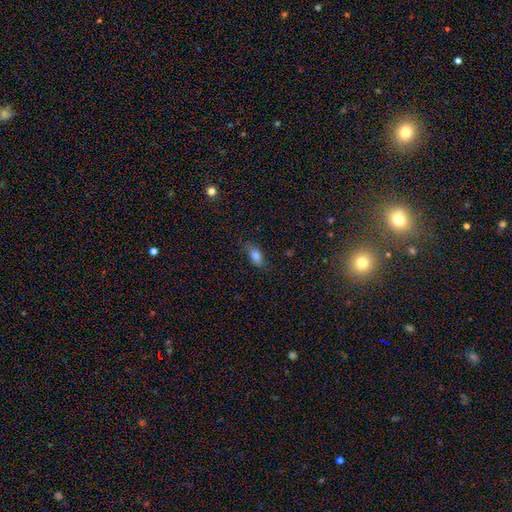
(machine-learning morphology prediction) Smooth or featured: smooth — 81% (featured or disk — 10%)
How rounded: in between — 84% (cigar-shaped — 10%)
Merging: none — 73% (minor disturbance — 20%)